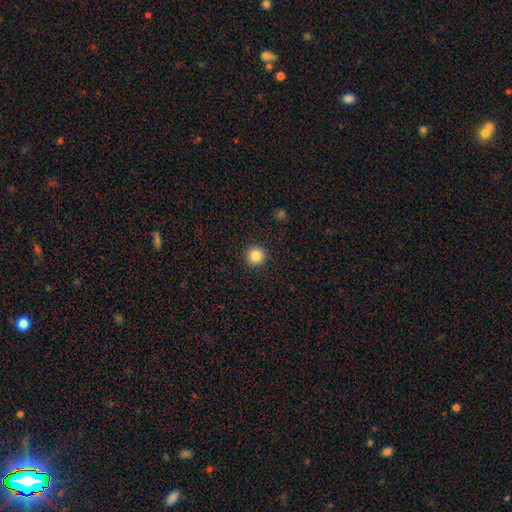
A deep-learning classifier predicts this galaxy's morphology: type=smooth (84%); roundness=round (95%); merging=none (93%).